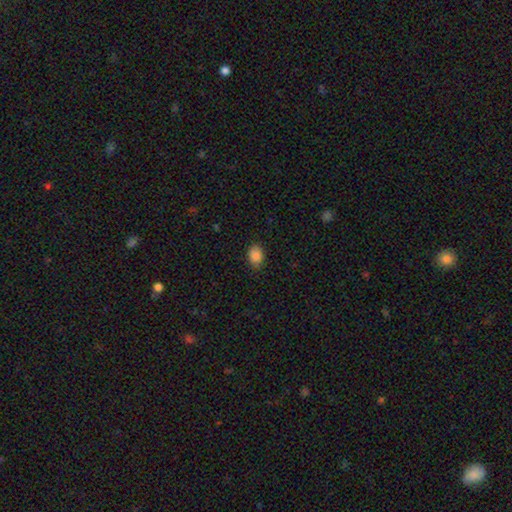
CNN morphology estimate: smooth_or_featured: smooth (p=0.87) [alt: star or artifact p=0.09]
how_rounded: in between (p=0.75) [alt: round p=0.24]
merging: none (p=0.85) [alt: minor disturbance p=0.12]